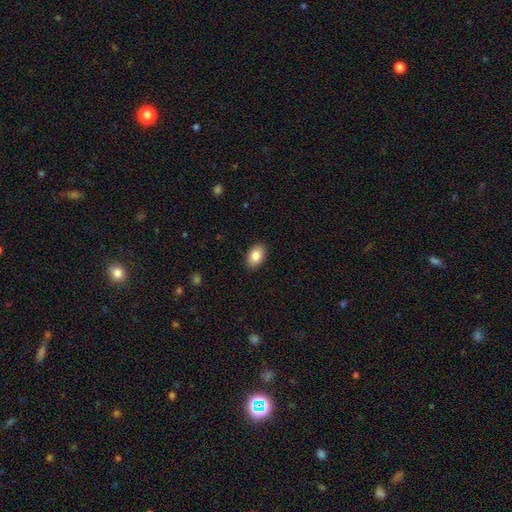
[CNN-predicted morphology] A smooth galaxy with no disk features (84%) that is in between round and cigar-shaped (88%).

Vote fractions:
- Smooth or featured? smooth: 84% / featured or disk: 8% / star or artifact: 8%
- How rounded? in between: 88% / round: 11% / cigar-shaped: 1%
- Merging? none: 89% / minor disturbance: 8% / major disturbance: 2% / merger: 1%